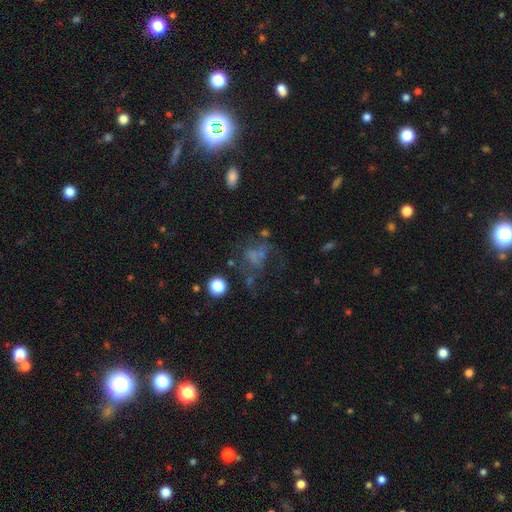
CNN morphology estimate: Smooth or featured: smooth — 42% (featured or disk — 33%)
Merging: none — 37% (major disturbance — 33%)